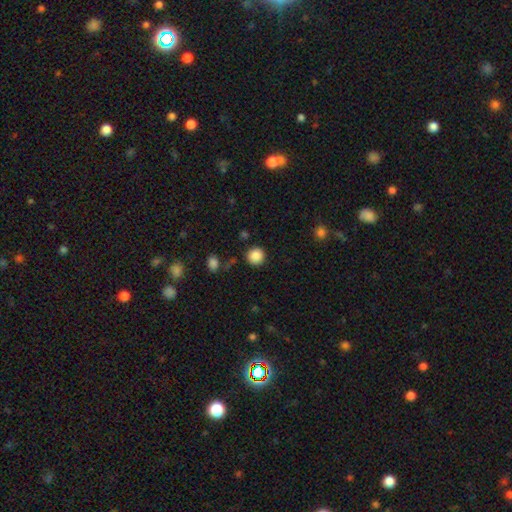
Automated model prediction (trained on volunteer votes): This is clearly a smooth galaxy (87%). How rounded: clearly round (93%). Merging: clearly none (88%).